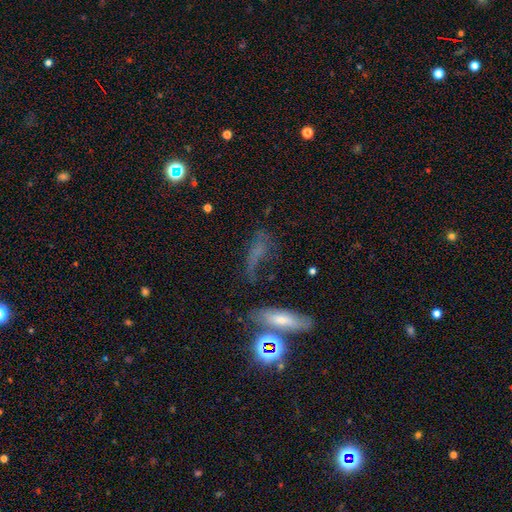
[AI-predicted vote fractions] Smooth or featured? Predicted: smooth (p=0.45). Merging? Predicted: none (p=0.45).